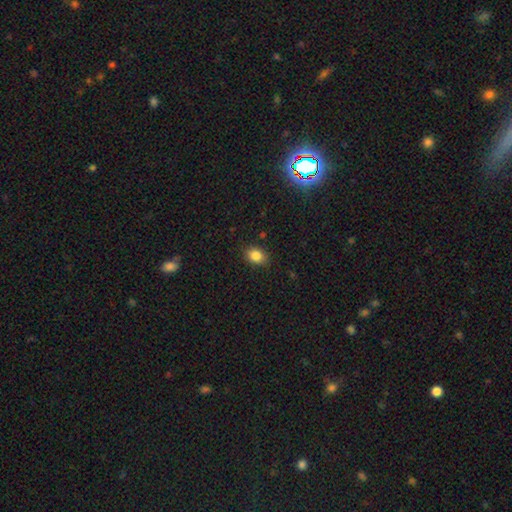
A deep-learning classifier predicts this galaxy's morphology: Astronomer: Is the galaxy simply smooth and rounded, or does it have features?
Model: smooth — 85%.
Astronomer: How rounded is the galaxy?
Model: in between — 66%.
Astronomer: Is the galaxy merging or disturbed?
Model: none — 87%.